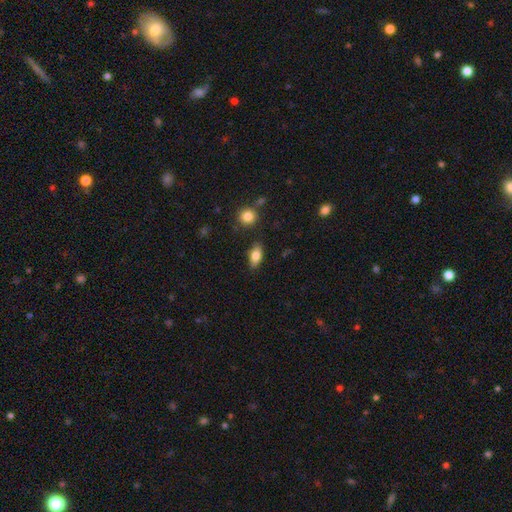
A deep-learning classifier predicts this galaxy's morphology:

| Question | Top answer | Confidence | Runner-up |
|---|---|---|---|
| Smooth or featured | smooth | 79% | featured or disk (13%) |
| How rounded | in between | 86% | cigar-shaped (9%) |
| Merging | none | 82% | minor disturbance (12%) |